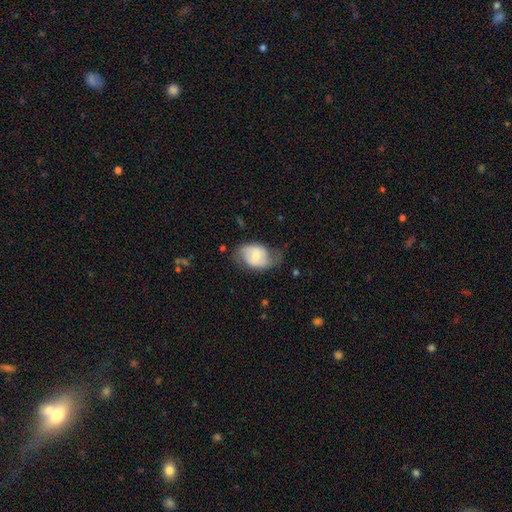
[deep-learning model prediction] A featured or disk galaxy (49%). Merging: none (50%).